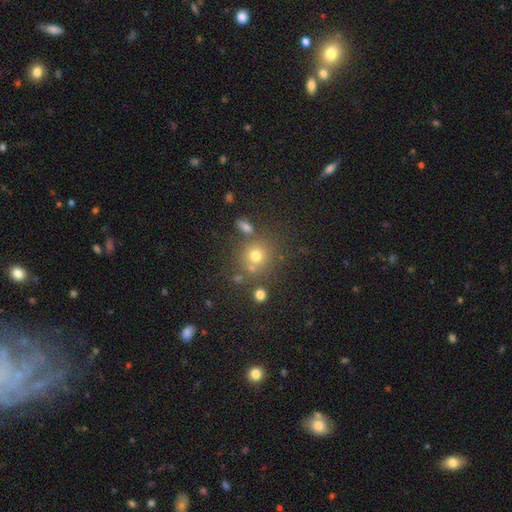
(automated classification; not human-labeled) A smooth galaxy with no disk features (69%) that is round (89%). Merging: none (72%).